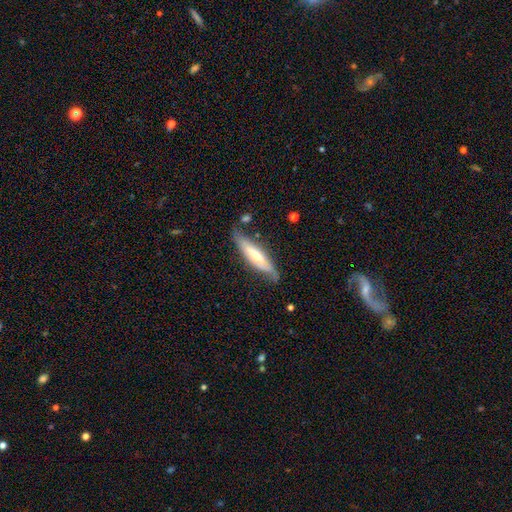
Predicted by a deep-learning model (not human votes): This is possibly a featured or disk galaxy (49%). Merging: likely none (71%).